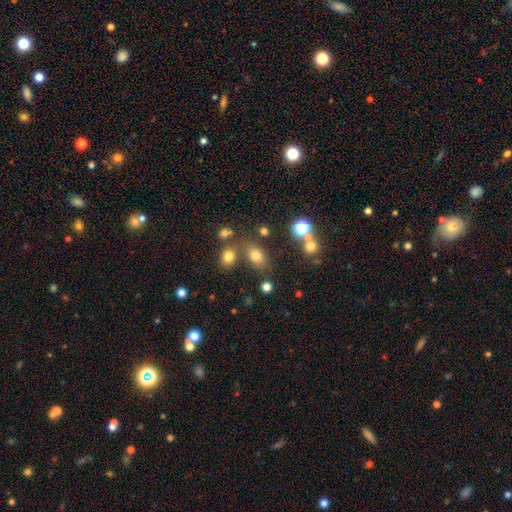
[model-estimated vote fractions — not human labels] smooth-or-featured: smooth: 74% | star or artifact: 16% | featured or disk: 10%
  how-rounded: in between: 75% | round: 22% | cigar-shaped: 2%
  merging: none: 68% | minor disturbance: 13% | merger: 13% | major disturbance: 5%